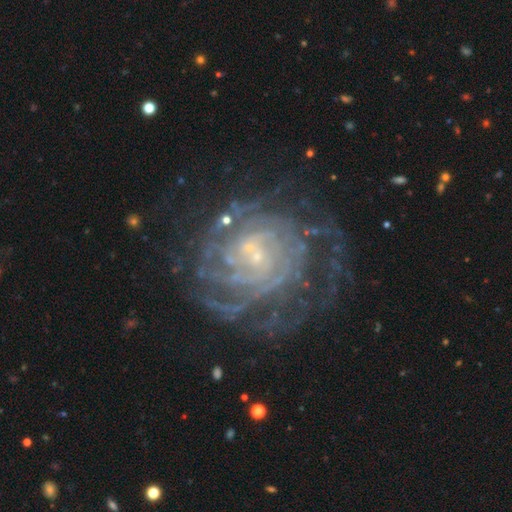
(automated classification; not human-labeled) This appears to be a featured or disk galaxy (87%) with no bar (60%), tight (75%) spiral arms (95%) and a small central bulge (82%). Merging: none (67%).